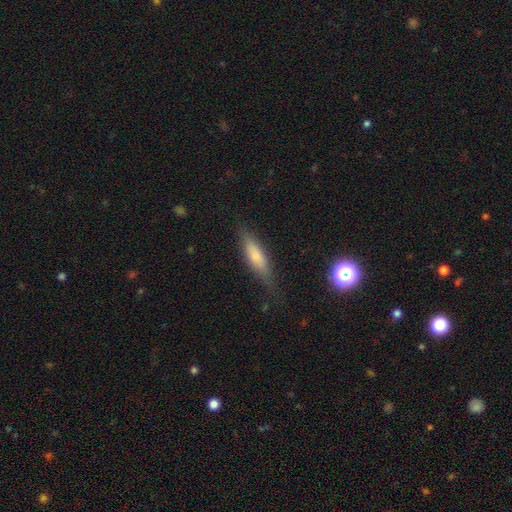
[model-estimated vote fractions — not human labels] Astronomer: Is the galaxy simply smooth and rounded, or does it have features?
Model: smooth — 66%.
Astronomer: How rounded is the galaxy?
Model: cigar-shaped — 69%.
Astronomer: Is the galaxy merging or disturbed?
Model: none — 74%.